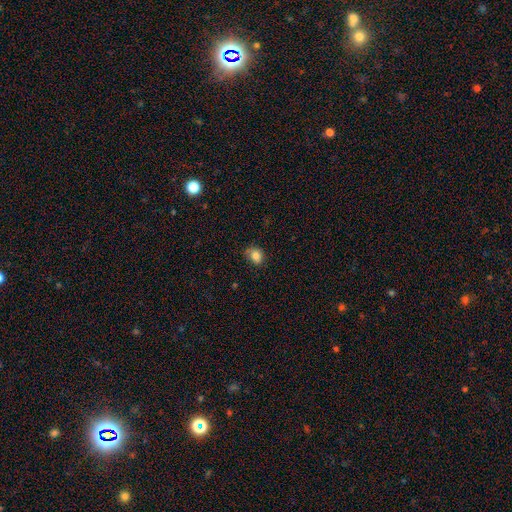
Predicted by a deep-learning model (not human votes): The model was most divided on "how rounded": round: 58%, in between: 41%, cigar-shaped: 1%. More confident: smooth or featured — smooth (83%); merging — none (68%).